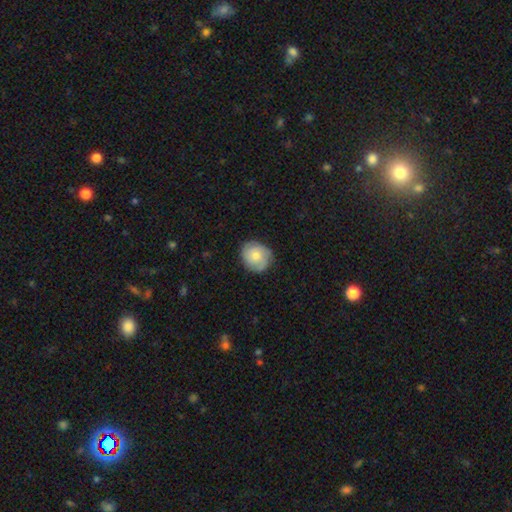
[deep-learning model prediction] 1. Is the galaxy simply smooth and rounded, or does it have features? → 54% smooth, 39% featured or disk, 7% star or artifact.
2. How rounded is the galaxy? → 77% round, 22% in between, 1% cigar-shaped.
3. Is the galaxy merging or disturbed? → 79% none, 17% minor disturbance, 4% major disturbance, 1% merger.